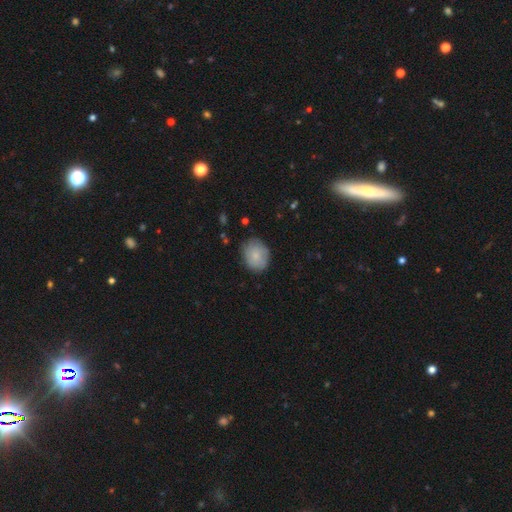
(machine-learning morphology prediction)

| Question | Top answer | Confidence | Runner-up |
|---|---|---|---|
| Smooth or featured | smooth | 78% | featured or disk (15%) |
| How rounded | round | 51% | in between (48%) |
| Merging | none | 77% | minor disturbance (18%) |